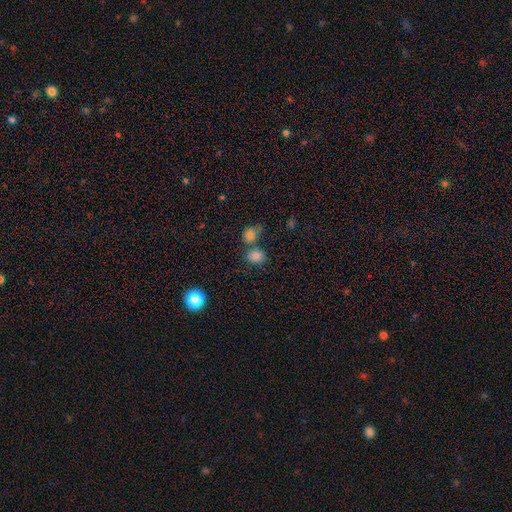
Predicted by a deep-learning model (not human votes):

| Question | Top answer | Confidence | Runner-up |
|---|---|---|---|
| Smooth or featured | smooth | 80% | star or artifact (12%) |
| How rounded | round | 66% | in between (33%) |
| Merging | none | 58% | merger (27%) |